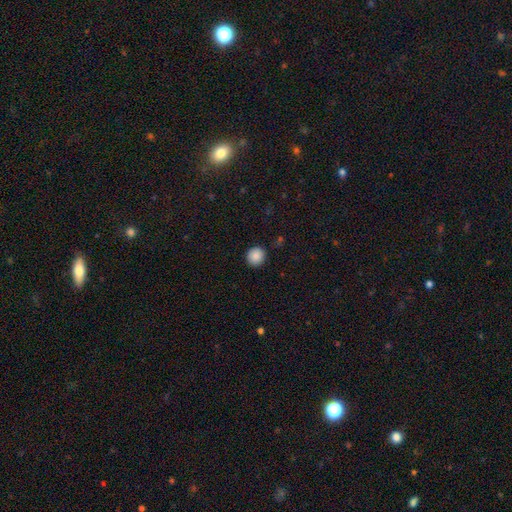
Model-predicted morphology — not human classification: smooth 88%, star or artifact 9%, featured or disk 3%. Down the decision tree: how rounded — round (91%); merging — none (90%).